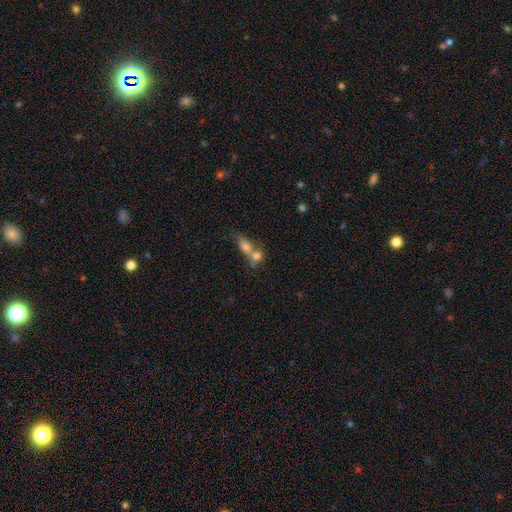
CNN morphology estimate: Smooth or featured? smooth (70%)
How rounded? in between (46%, tied with round)
Merging? merger (72%)